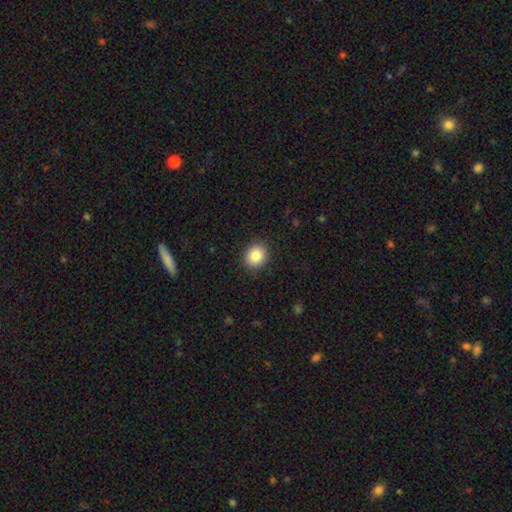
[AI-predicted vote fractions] smooth 86%, star or artifact 9%, featured or disk 6%. Down the decision tree: how rounded — round (68%); merging — none (89%).